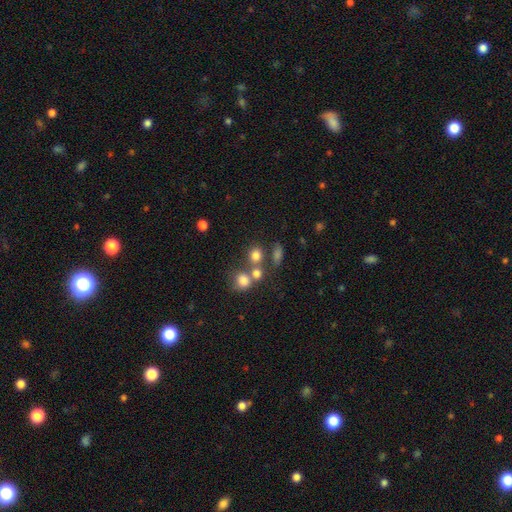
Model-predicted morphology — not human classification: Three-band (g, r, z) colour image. It shows a smooth galaxy with no disk features (75%) that is round (74%). Merging: none (54%).